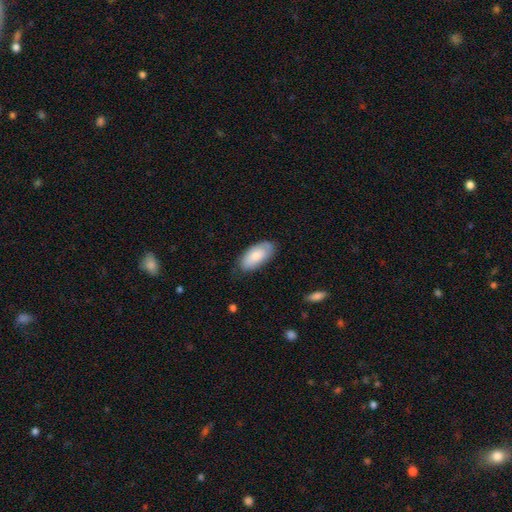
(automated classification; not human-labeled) Smooth or featured?
  - smooth: 79% *
  - featured or disk: 16%
  - star or artifact: 6%
How rounded?
  - in between: 93% *
  - cigar-shaped: 4%
  - round: 2%
Merging?
  - none: 76% *
  - minor disturbance: 19%
  - major disturbance: 4%
  - merger: 1%